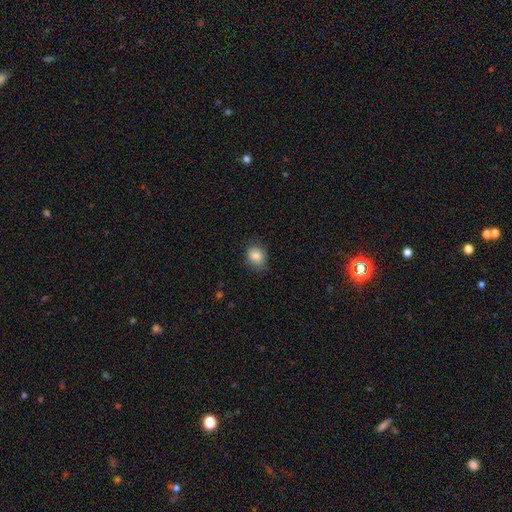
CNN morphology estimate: Q: Smooth or featured?
A: smooth (84%); runner-up: star or artifact (9%)
Q: How rounded?
A: round (55%); runner-up: in between (44%)
Q: Merging?
A: none (80%); runner-up: minor disturbance (16%)